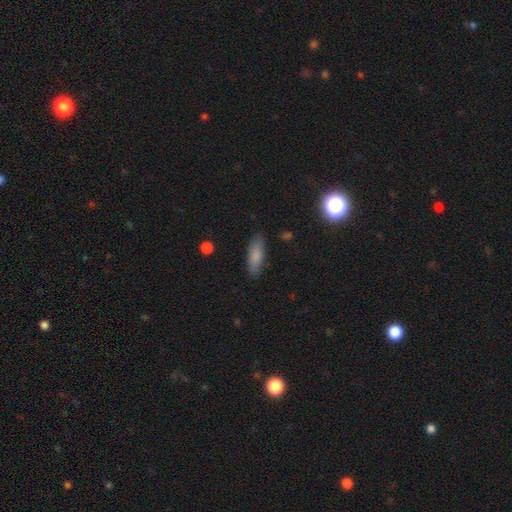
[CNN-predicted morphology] smooth_or_featured: smooth (p=0.82) [alt: featured or disk p=0.11]
how_rounded: in between (p=0.60) [alt: cigar-shaped p=0.38]
merging: none (p=0.85) [alt: minor disturbance p=0.12]